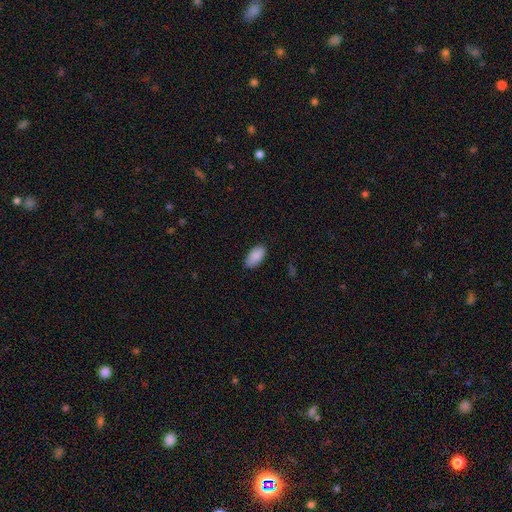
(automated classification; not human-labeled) Smooth or featured?
  - smooth: 90% *
  - star or artifact: 7%
  - featured or disk: 4%
How rounded?
  - in between: 95% *
  - cigar-shaped: 3%
  - round: 2%
Merging?
  - none: 84% *
  - minor disturbance: 13%
  - major disturbance: 2%
  - merger: 1%